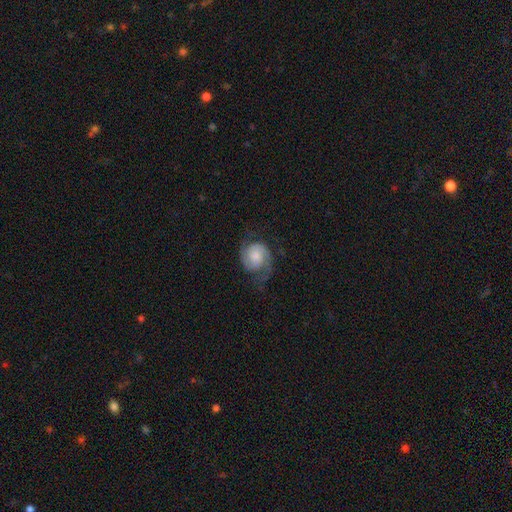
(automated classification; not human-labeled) The model was most divided on "bulge size": moderate: 38%, small: 27%, large: 18%, none: 13%, dominant: 4%. Remaining: edge-on disk — no (98%); spiral arms — yes (96%); spiral arm count — 2 (90%); smooth or featured — featured or disk (77%); merging — none (67%); bar — no (67%); spiral winding — medium (46%).